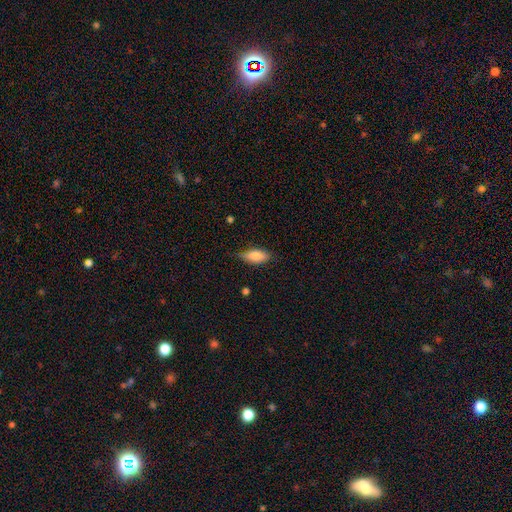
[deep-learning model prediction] Q: Smooth or featured?
A: smooth (81%); runner-up: featured or disk (12%)
Q: How rounded?
A: in between (84%); runner-up: cigar-shaped (13%)
Q: Merging?
A: none (70%); runner-up: minor disturbance (25%)